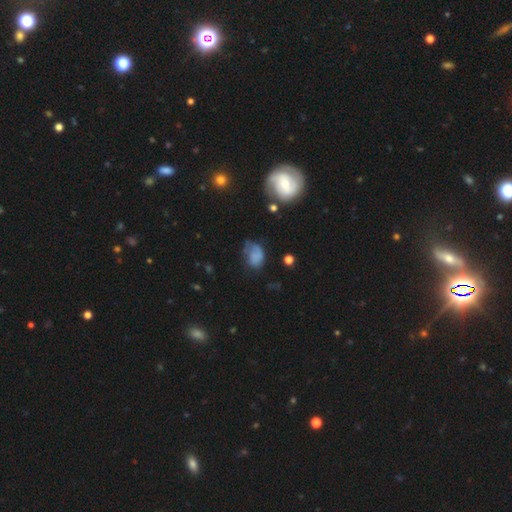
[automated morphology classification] smooth-or-featured: smooth: 65% | featured or disk: 22% | star or artifact: 14%
  how-rounded: in between: 75% | round: 24% | cigar-shaped: 1%
  merging: none: 34% (tied) | minor disturbance: 34% (tied) | major disturbance: 27% | merger: 5%